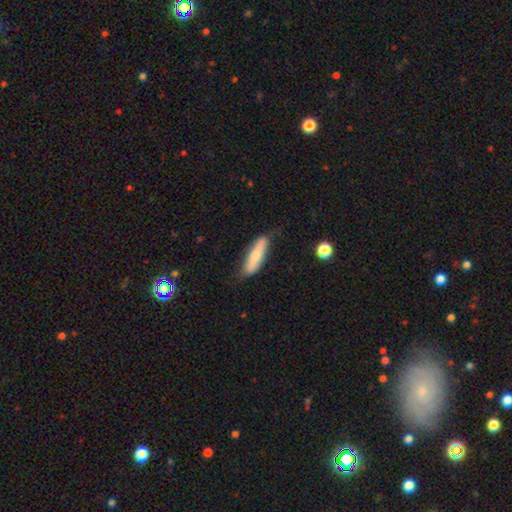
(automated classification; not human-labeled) Smooth or featured? Predicted: smooth (p=0.67). How rounded? Predicted: cigar-shaped (p=0.67). Merging? Predicted: none (p=0.72).